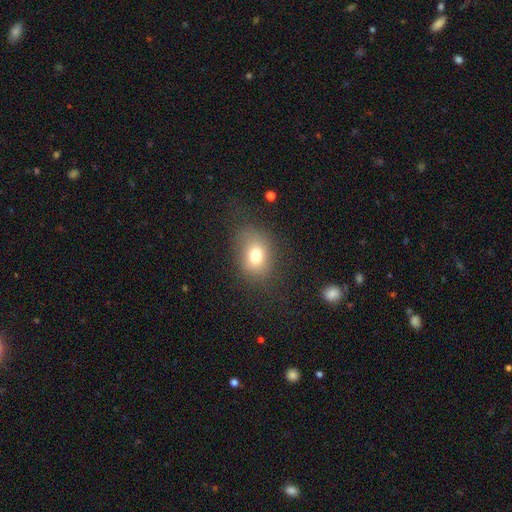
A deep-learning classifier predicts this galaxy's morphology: This is likely a smooth galaxy (74%). How rounded: possibly in between (57%). Merging: likely none (73%).